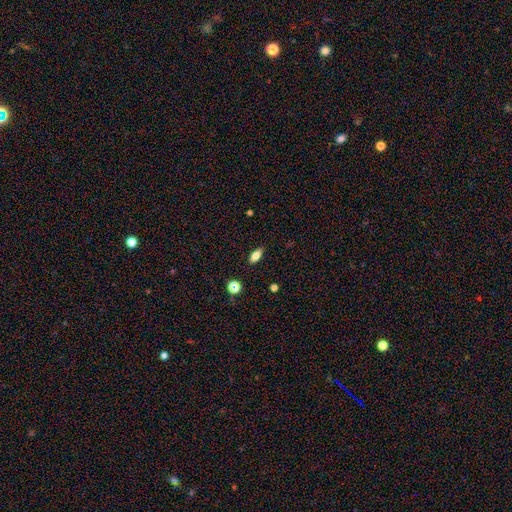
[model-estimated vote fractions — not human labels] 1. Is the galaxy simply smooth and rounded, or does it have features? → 75% smooth, 15% featured or disk, 10% star or artifact.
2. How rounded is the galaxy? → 80% in between, 15% cigar-shaped, 5% round.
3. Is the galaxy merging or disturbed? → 88% none, 9% minor disturbance, 2% major disturbance, 1% merger.